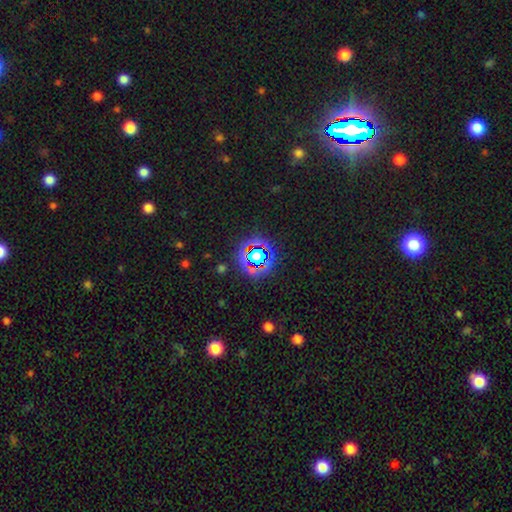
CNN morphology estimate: The model was most divided on "smooth or featured": star or artifact: 61%, smooth: 28%, featured or disk: 11%.